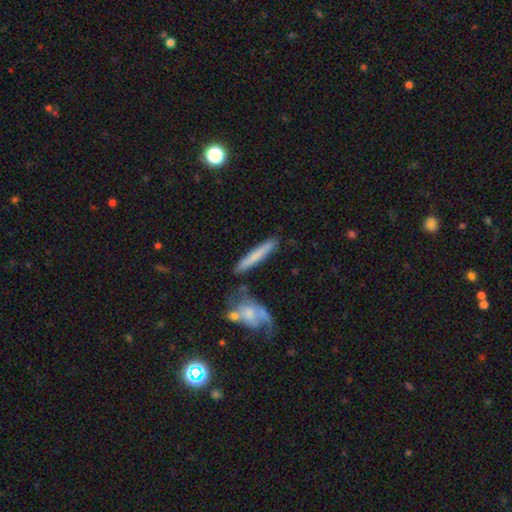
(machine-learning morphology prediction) Smooth or featured: smooth — 63% (featured or disk — 31%)
How rounded: cigar-shaped — 93% (in between — 5%)
Merging: none — 74% (minor disturbance — 13%)